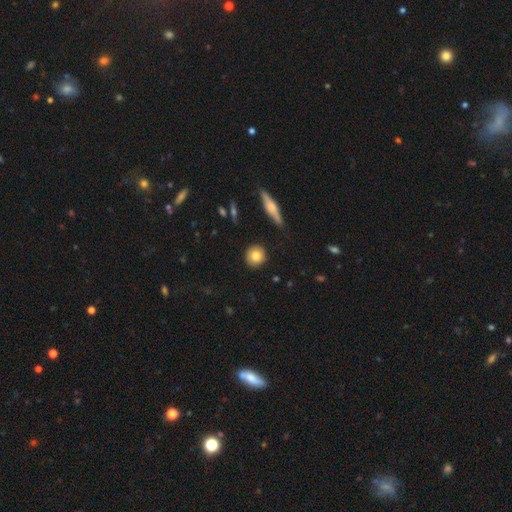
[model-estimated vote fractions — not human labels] Morphology: type=smooth (80%); roundness=round (89%); merging=none (89%).